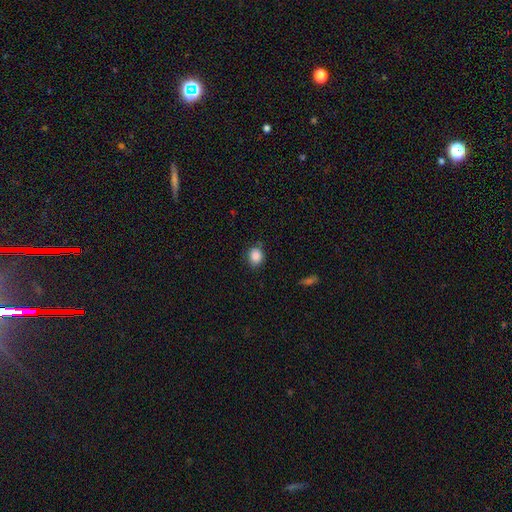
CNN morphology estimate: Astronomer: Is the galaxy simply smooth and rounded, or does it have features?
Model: smooth — 87%.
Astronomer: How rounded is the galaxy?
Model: round — 62%.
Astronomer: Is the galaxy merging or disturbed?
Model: none — 79%.